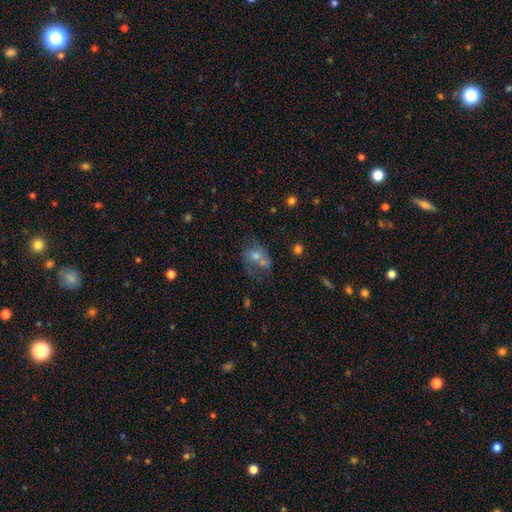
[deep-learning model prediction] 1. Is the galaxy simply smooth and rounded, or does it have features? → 42% featured or disk, 41% smooth, 17% star or artifact.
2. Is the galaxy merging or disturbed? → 34% none, 30% merger, 19% major disturbance, 17% minor disturbance.